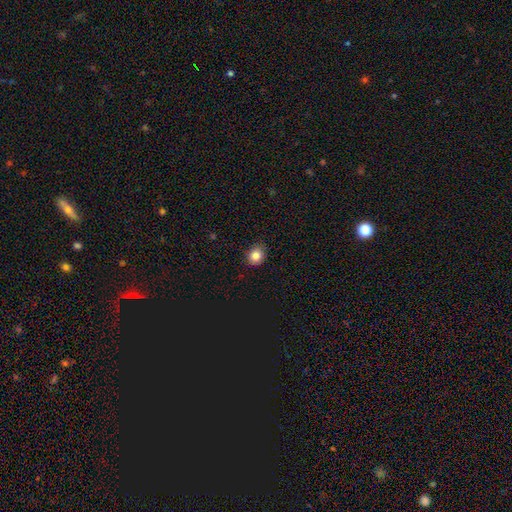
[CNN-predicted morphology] type=smooth (83%); roundness=round (67%); merging=none (88%).